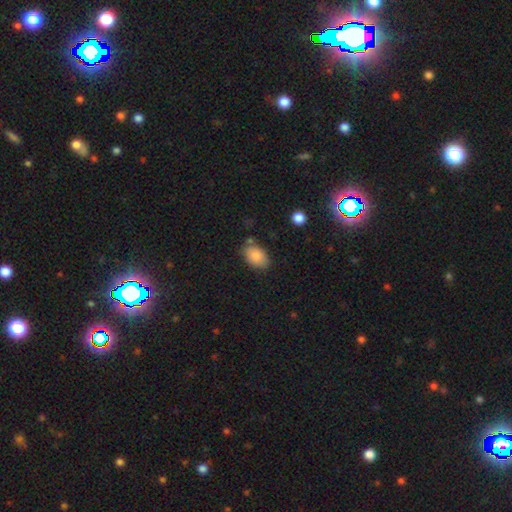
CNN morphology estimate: This is clearly a smooth galaxy (87%). How rounded: clearly in between (87%). Merging: likely none (73%).